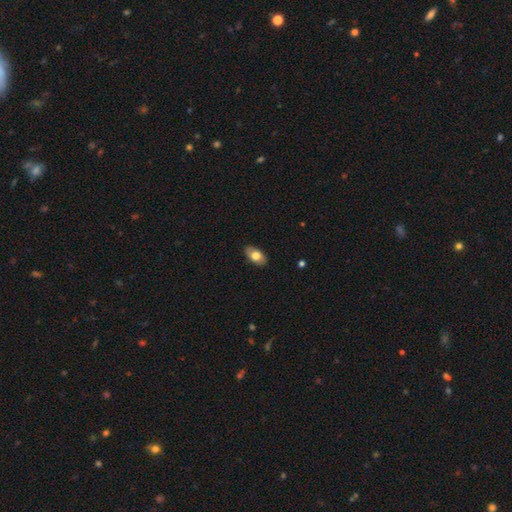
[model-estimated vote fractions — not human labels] The model was most divided on "smooth or featured": smooth: 73%, featured or disk: 20%, star or artifact: 7%. More confident: how rounded — in between (92%); merging — none (86%).